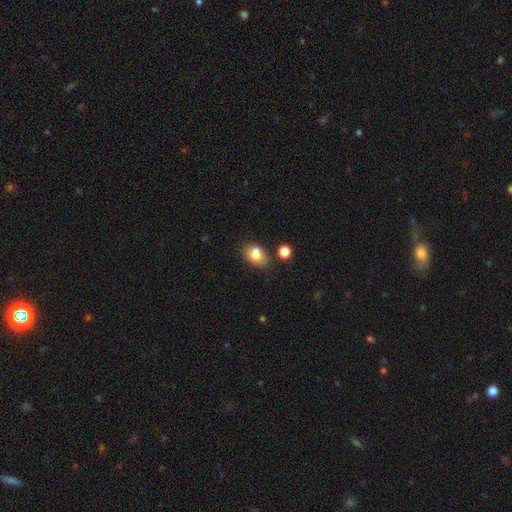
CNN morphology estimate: The model was most divided on "merging": none: 55%, merger: 20%, minor disturbance: 19%, major disturbance: 6%. More confident: how rounded — in between (79%); smooth or featured — smooth (78%).